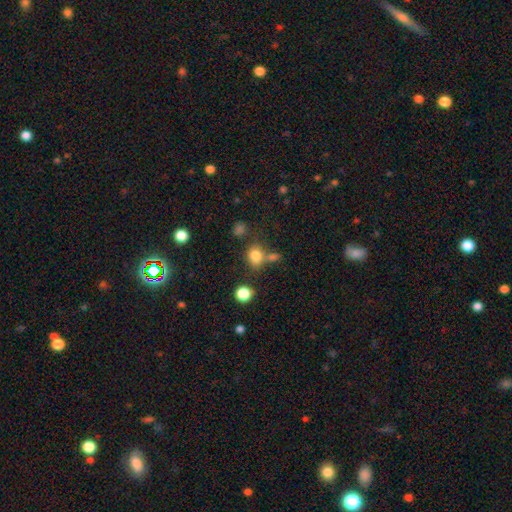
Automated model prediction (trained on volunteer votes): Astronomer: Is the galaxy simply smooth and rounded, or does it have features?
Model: smooth — 79%.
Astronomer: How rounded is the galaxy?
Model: round — 56% (runner-up: in between, 42%).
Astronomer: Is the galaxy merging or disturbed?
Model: none — 61%.